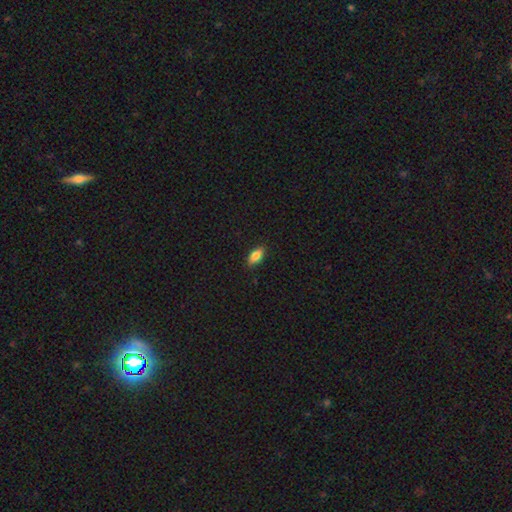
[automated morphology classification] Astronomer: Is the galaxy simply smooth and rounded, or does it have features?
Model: smooth — 81%.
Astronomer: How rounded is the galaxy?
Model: in between — 87%.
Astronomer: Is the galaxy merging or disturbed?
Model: none — 88%.